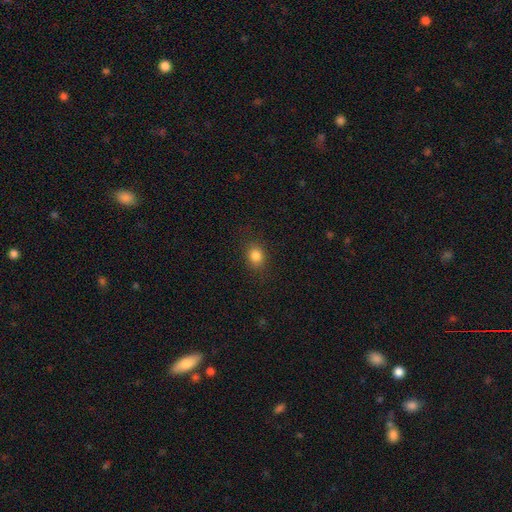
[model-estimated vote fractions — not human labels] smooth-or-featured: smooth: 83% | star or artifact: 11% | featured or disk: 5%
  how-rounded: round: 55% | in between: 44% | cigar-shaped: 1%
  merging: none: 85% | minor disturbance: 10% | major disturbance: 3% | merger: 1%